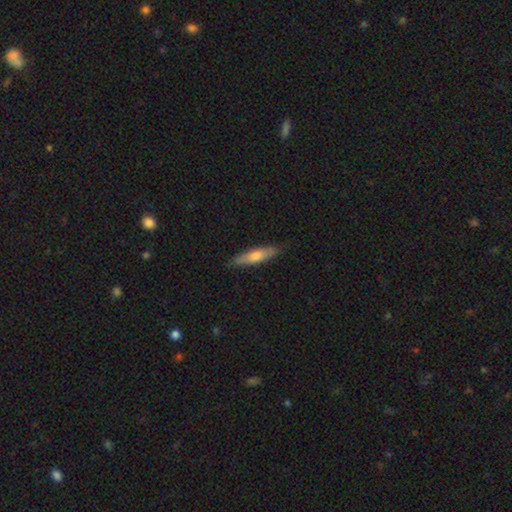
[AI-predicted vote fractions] smooth 61%, featured or disk 33%, star or artifact 6%. Down the decision tree: how rounded — cigar-shaped (77%); merging — none (84%).